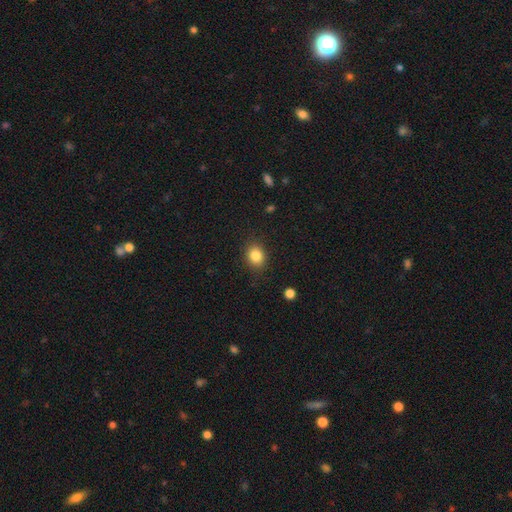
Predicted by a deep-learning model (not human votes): Smooth or featured? smooth (84%)
How rounded? round (63%)
Merging? none (87%)